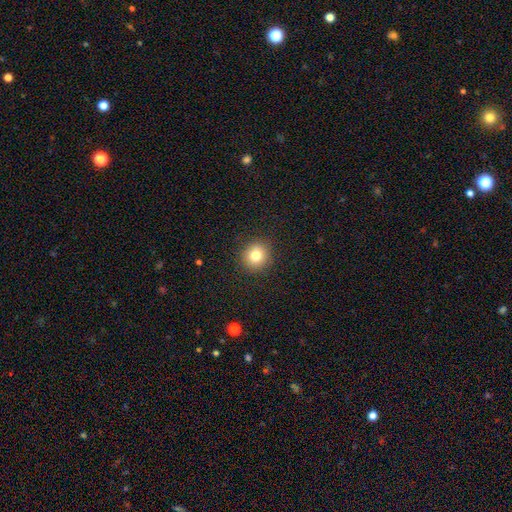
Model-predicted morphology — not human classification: smooth_or_featured: smooth (p=0.78) [alt: star or artifact p=0.12]
how_rounded: round (p=0.87) [alt: in between p=0.12]
merging: none (p=0.90) [alt: minor disturbance p=0.07]